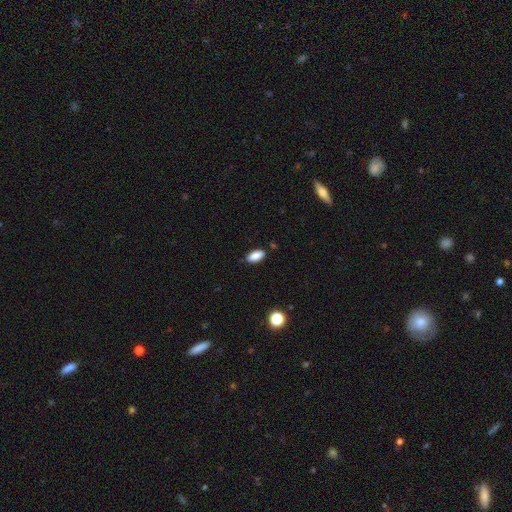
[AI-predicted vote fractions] smooth_or_featured: smooth (p=0.87) [alt: star or artifact p=0.08]
how_rounded: in between (p=0.90) [alt: cigar-shaped p=0.08]
merging: none (p=0.84) [alt: minor disturbance p=0.13]